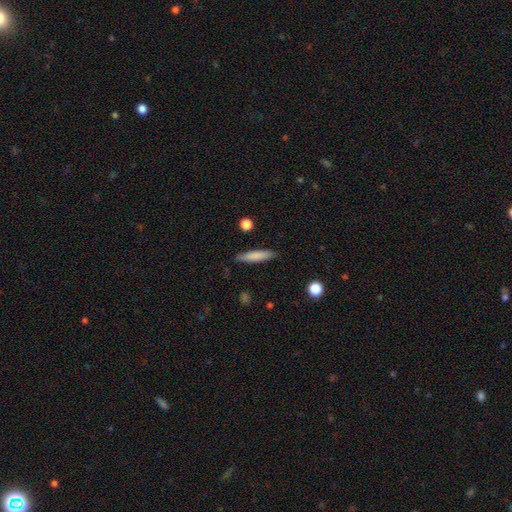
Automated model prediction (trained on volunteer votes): smooth_or_featured: smooth (p=0.79) [alt: featured or disk p=0.15]
how_rounded: cigar-shaped (p=0.86) [alt: in between p=0.12]
merging: none (p=0.88) [alt: minor disturbance p=0.09]